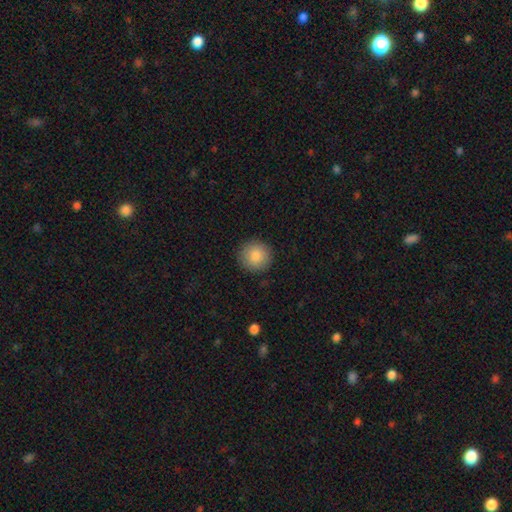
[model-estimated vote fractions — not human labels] Smooth or featured?
  - smooth: 86% *
  - star or artifact: 8%
  - featured or disk: 6%
How rounded?
  - round: 94% *
  - in between: 5%
  - cigar-shaped: 1%
Merging?
  - none: 90% *
  - minor disturbance: 7%
  - major disturbance: 2%
  - merger: 1%